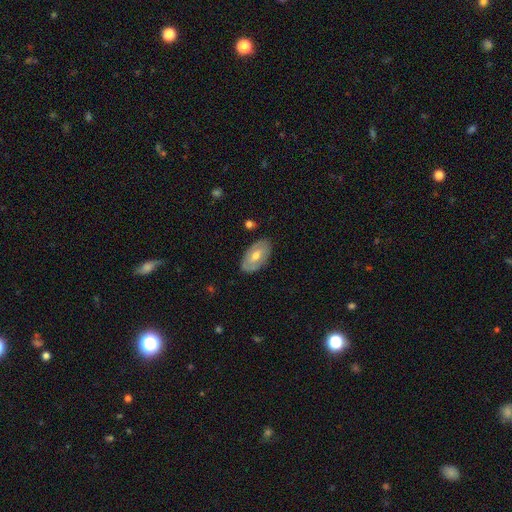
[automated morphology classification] The model was most divided on "smooth or featured": smooth: 49%, featured or disk: 45%, star or artifact: 6%. More confident: merging — none (82%).